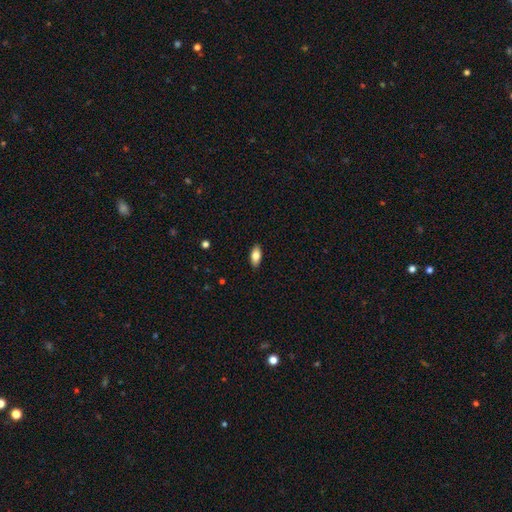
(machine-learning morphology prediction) smooth 82%, featured or disk 11%, star or artifact 7%. Down the decision tree: how rounded — in between (89%); merging — none (89%).